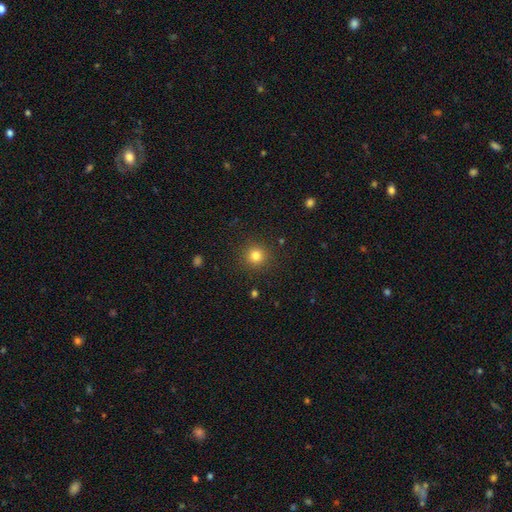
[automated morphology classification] Smooth or featured? Predicted: smooth (p=0.81). How rounded? Predicted: round (p=0.94). Merging? Predicted: none (p=0.91).